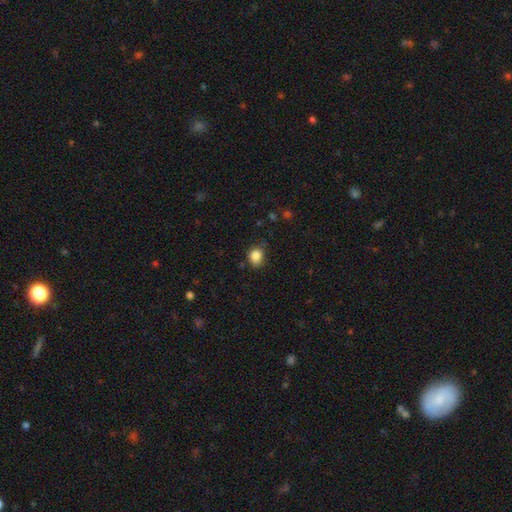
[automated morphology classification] smooth 86%, star or artifact 10%, featured or disk 4%. Down the decision tree: how rounded — round (63%); merging — none (74%).